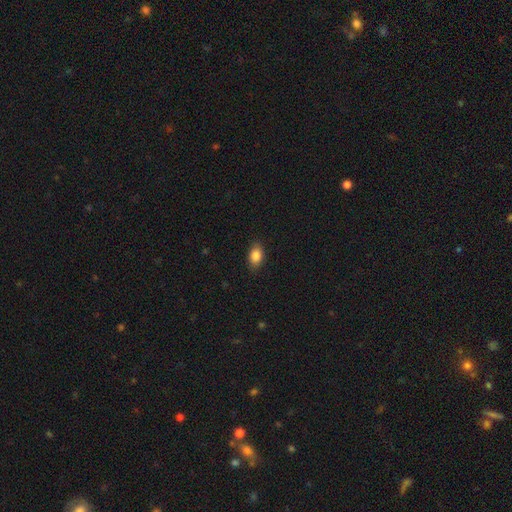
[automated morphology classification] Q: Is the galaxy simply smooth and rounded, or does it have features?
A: smooth — 85%.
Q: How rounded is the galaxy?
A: in between — 84%.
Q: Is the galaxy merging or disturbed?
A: none — 85%.